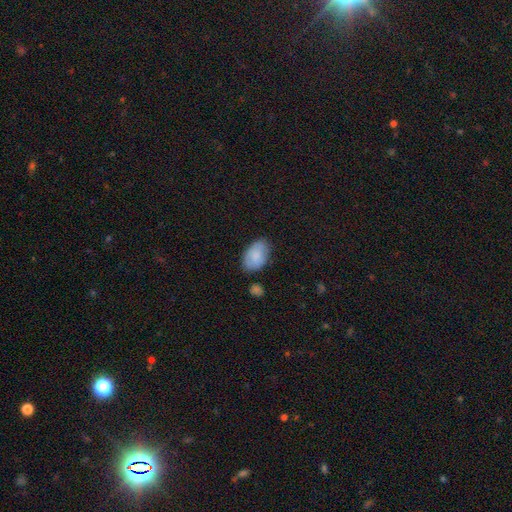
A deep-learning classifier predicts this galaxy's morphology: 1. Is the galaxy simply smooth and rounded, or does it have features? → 81% smooth, 12% featured or disk, 7% star or artifact.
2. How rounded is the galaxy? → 92% in between, 7% round, 1% cigar-shaped.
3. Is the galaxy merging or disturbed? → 71% none, 21% minor disturbance, 4% major disturbance, 4% merger.